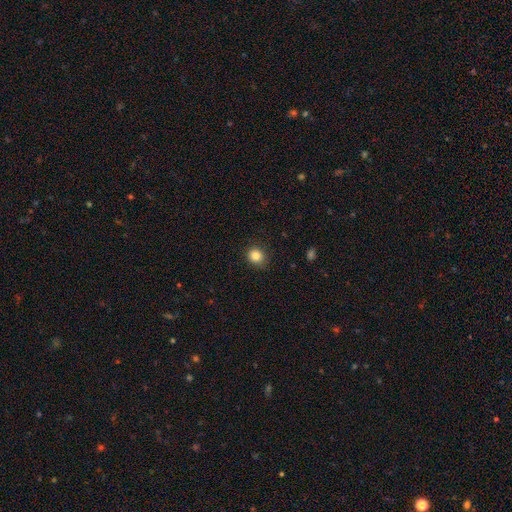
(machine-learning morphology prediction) smooth_or_featured: smooth (p=0.84) [alt: star or artifact p=0.11]
how_rounded: round (p=0.82) [alt: in between p=0.17]
merging: none (p=0.88) [alt: minor disturbance p=0.09]